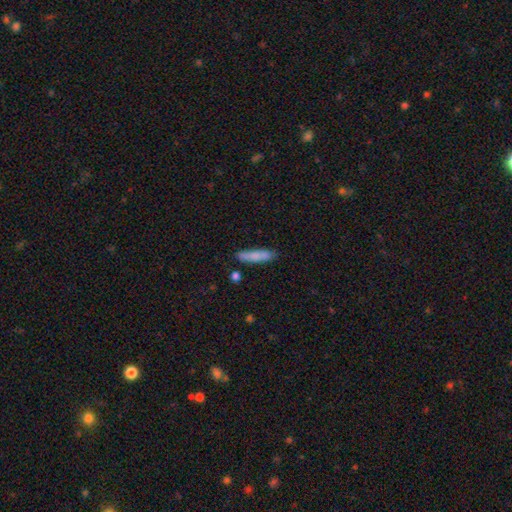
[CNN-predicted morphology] Overall: smooth (80%). How rounded: cigar-shaped (82%). Merging: none (81%).